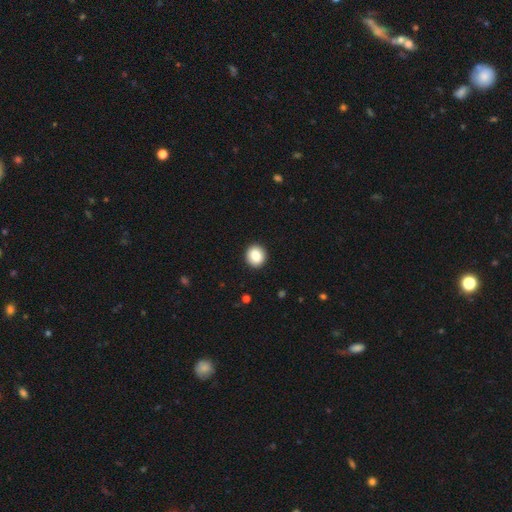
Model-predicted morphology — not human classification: A smooth galaxy with no disk features (85%) that is round (88%). Merging: none (93%).